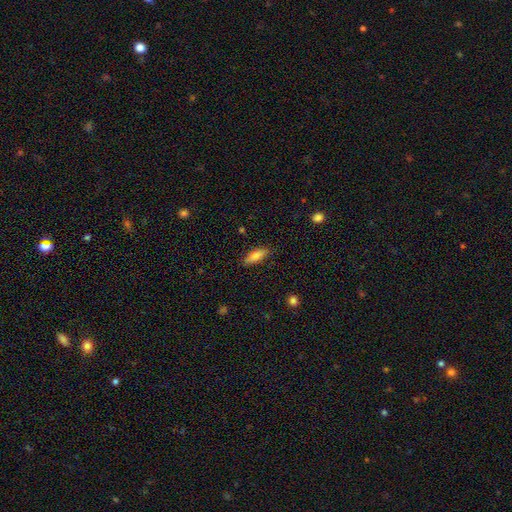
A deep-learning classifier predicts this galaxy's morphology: Smooth or featured? smooth (76%)
How rounded? in between (63%)
Merging? none (84%)